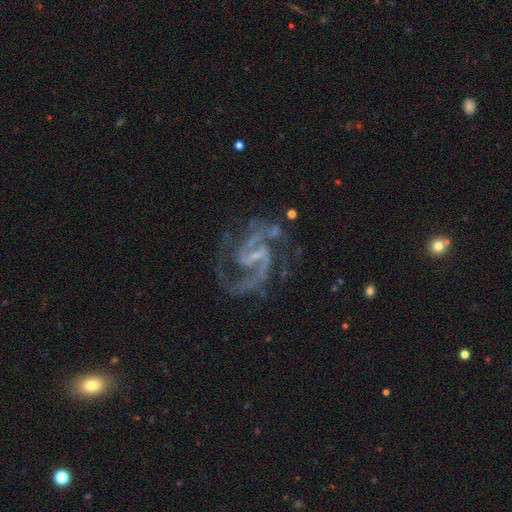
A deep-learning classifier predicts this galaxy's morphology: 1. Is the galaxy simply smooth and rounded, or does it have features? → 91% featured or disk, 6% star or artifact, 3% smooth.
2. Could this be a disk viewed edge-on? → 98% no, 2% yes.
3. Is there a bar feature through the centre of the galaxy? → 48% weak, 37% strong, 15% no.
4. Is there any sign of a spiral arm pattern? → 98% yes, 2% no.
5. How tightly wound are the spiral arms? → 61% medium, 22% loose, 17% tight.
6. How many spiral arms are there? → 88% 2, 4% 3, 3% can't tell, 2% 1, 2% 4, 2% more than 4.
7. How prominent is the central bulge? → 60% small, 29% none, 9% moderate, 1% large, 1% dominant.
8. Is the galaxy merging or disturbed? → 66% none, 16% minor disturbance, 15% major disturbance, 3% merger.